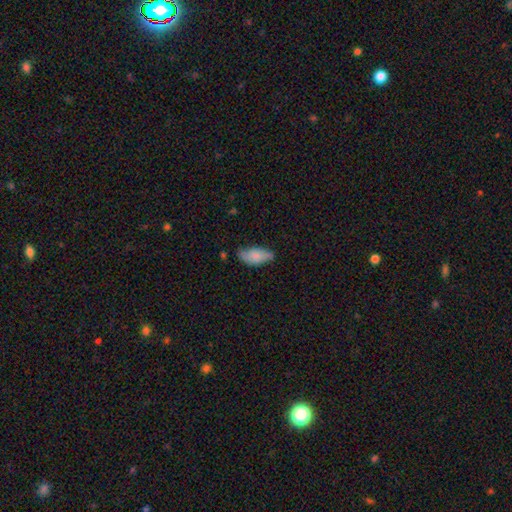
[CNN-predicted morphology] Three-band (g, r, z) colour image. It shows a smooth galaxy with no disk features (78%) that is in between round and cigar-shaped (88%). Merging: none (61%).